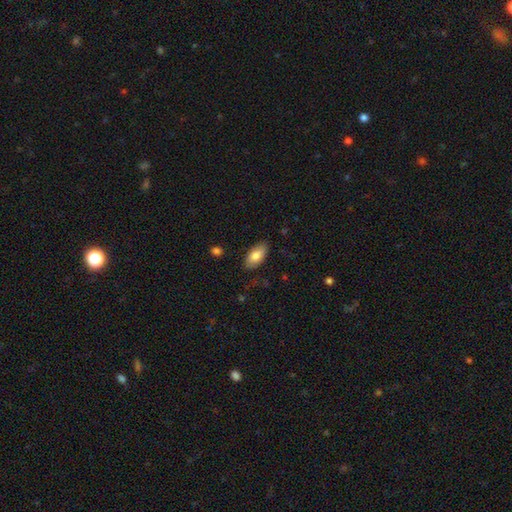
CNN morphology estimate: Overall: smooth (78%). How rounded: in between (93%). Merging: none (84%).